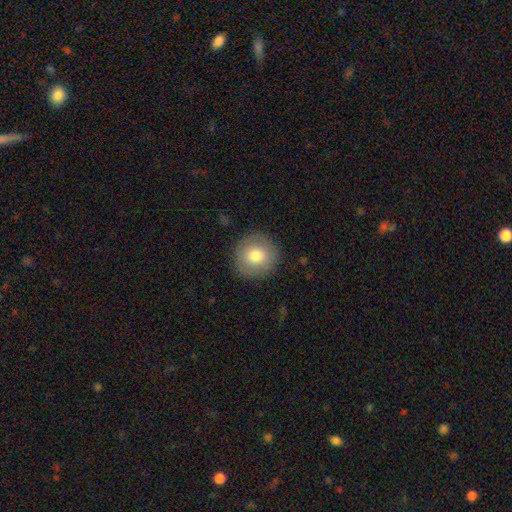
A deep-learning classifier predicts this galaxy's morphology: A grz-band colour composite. It shows a smooth galaxy with no disk features (79%) that is round (93%). Merging: none (89%).